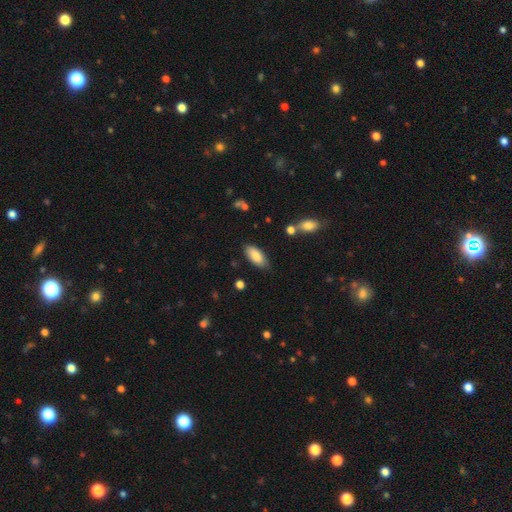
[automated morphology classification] Smooth or featured?
  - smooth: 85% *
  - featured or disk: 8%
  - star or artifact: 7%
How rounded?
  - in between: 87% *
  - cigar-shaped: 11%
  - round: 2%
Merging?
  - none: 77% *
  - minor disturbance: 17%
  - major disturbance: 3%
  - merger: 2%